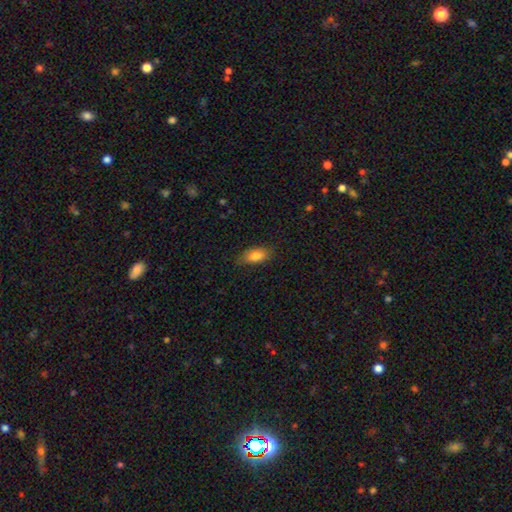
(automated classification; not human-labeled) Smooth or featured?
  - smooth: 80% *
  - featured or disk: 12%
  - star or artifact: 8%
How rounded?
  - in between: 85% *
  - cigar-shaped: 9%
  - round: 6%
Merging?
  - none: 77% *
  - minor disturbance: 18%
  - major disturbance: 3%
  - merger: 1%